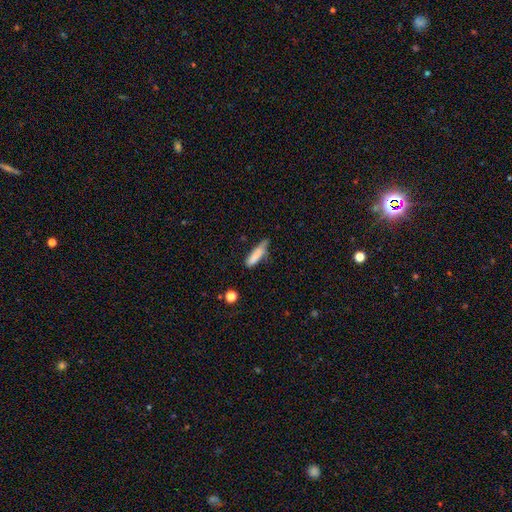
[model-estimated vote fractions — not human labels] smooth 82%, featured or disk 11%, star or artifact 7%. Down the decision tree: how rounded — cigar-shaped (71%); merging — none (51%).